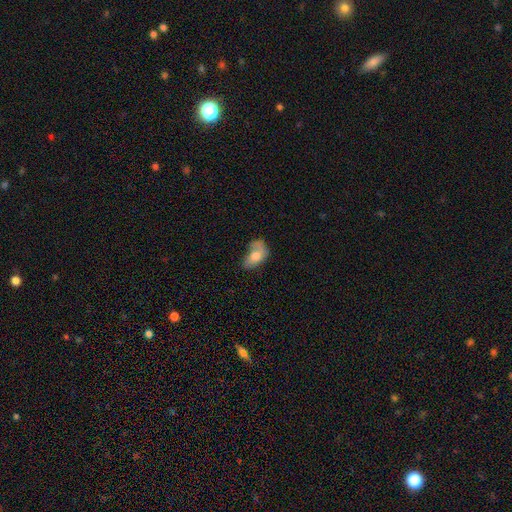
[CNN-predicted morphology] This appears to be a smooth galaxy with no disk features (66%) that is in between round and cigar-shaped (88%). Merging: minor disturbance (33%).